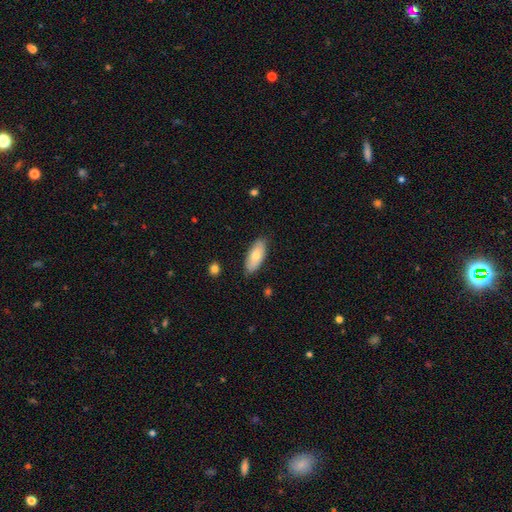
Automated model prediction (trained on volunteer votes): Overall: smooth (71%). How rounded: in between (85%). Merging: none (85%).